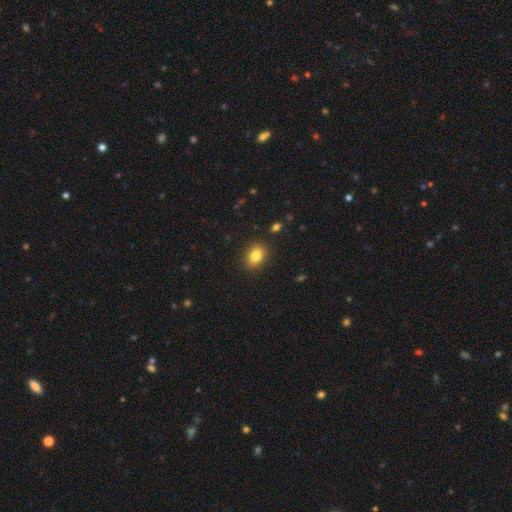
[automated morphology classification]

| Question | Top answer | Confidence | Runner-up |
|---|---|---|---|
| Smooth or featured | smooth | 84% | star or artifact (9%) |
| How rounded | in between | 70% | round (29%) |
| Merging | none | 89% | minor disturbance (8%) |